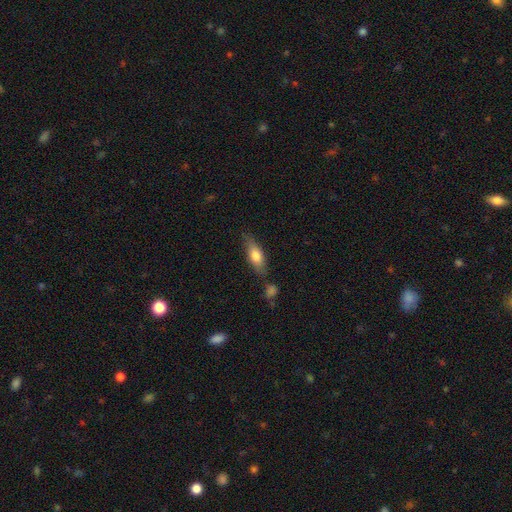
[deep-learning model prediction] smooth-or-featured: smooth: 69% | featured or disk: 24% | star or artifact: 6%
  how-rounded: in between: 59% | cigar-shaped: 38% | round: 3%
  merging: none: 70% | minor disturbance: 17% | merger: 8% | major disturbance: 4%